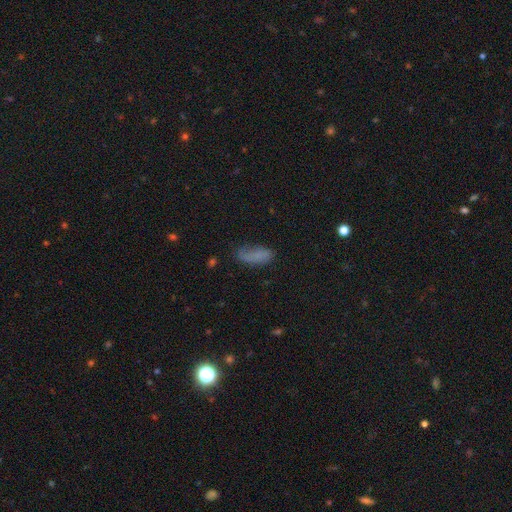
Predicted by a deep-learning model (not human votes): Q: Smooth or featured?
A: smooth (71%); runner-up: featured or disk (17%)
Q: How rounded?
A: in between (78%); runner-up: cigar-shaped (19%)
Q: Merging?
A: none (50%); runner-up: minor disturbance (30%)